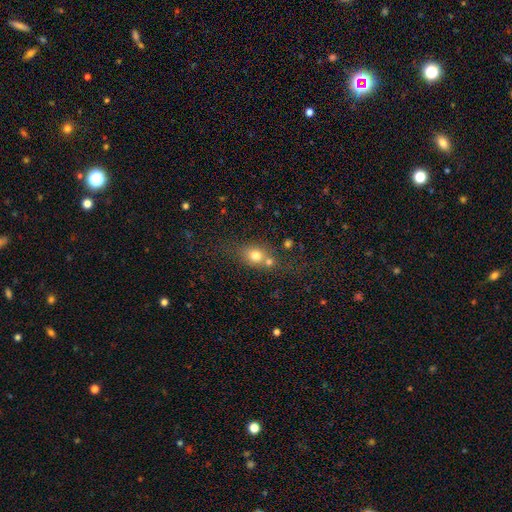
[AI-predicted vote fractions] A smooth galaxy with no disk features (72%) that is round (55%).

Vote fractions:
- Smooth or featured? smooth: 72% / featured or disk: 16% / star or artifact: 12%
- How rounded? round: 55% / in between: 41% / cigar-shaped: 3%
- Merging? merger: 42% / none: 40% / minor disturbance: 11% / major disturbance: 6%